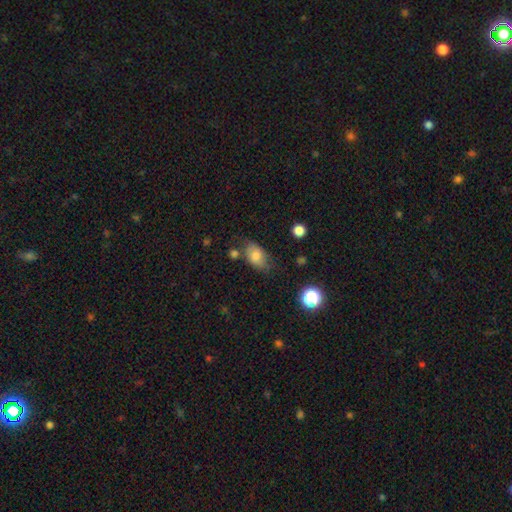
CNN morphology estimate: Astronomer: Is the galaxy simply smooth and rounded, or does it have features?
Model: smooth — 77%.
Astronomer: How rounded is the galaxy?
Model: in between — 87%.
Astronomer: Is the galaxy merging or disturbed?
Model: none — 63%.